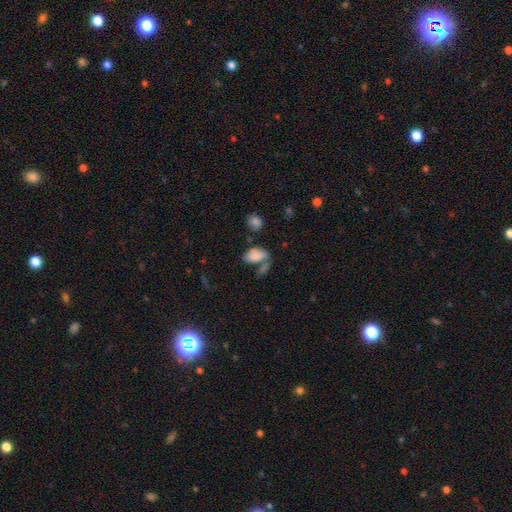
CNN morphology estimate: smooth_or_featured: smooth (p=0.80) [alt: featured or disk p=0.11]
how_rounded: in between (p=0.92) [alt: round p=0.06]
merging: none (p=0.38) [alt: merger p=0.35]